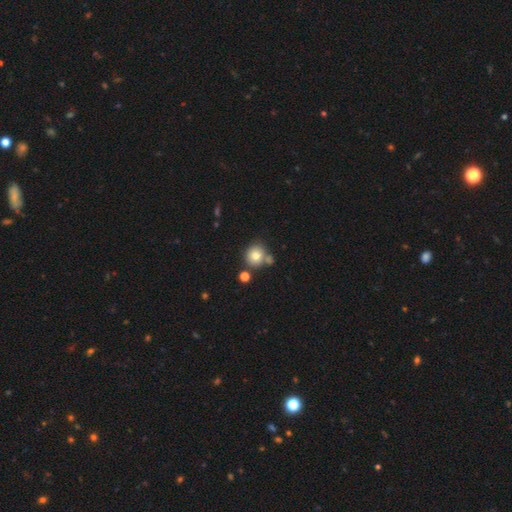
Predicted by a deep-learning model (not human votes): Smooth or featured: smooth — 79% (star or artifact — 11%)
How rounded: round — 85% (in between — 14%)
Merging: none — 64% (merger — 20%)